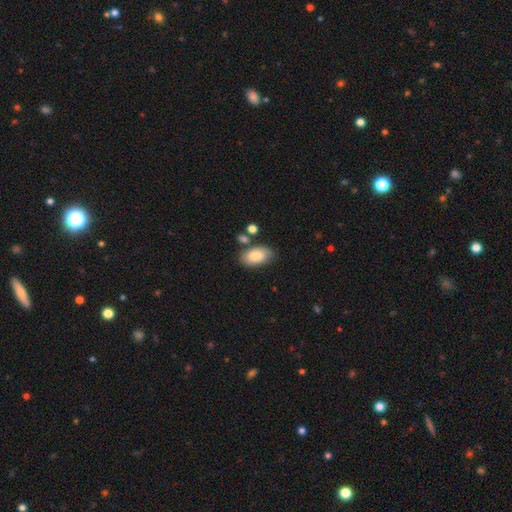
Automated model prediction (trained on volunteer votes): This appears to be a smooth galaxy with no disk features (82%) that is in between round and cigar-shaped (93%). Merging: none (71%).